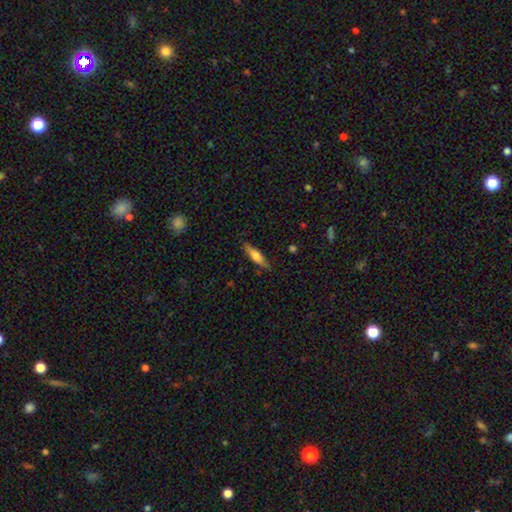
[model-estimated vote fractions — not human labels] This appears to be a smooth galaxy with no disk features (58%) that is cigar-shaped (72%). Merging: none (85%).